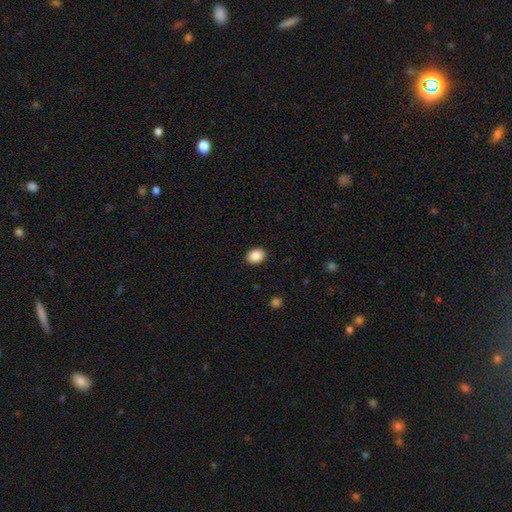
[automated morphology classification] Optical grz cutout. It shows a smooth galaxy with no disk features (89%) that is in between round and cigar-shaped (65%). Merging: none (90%).